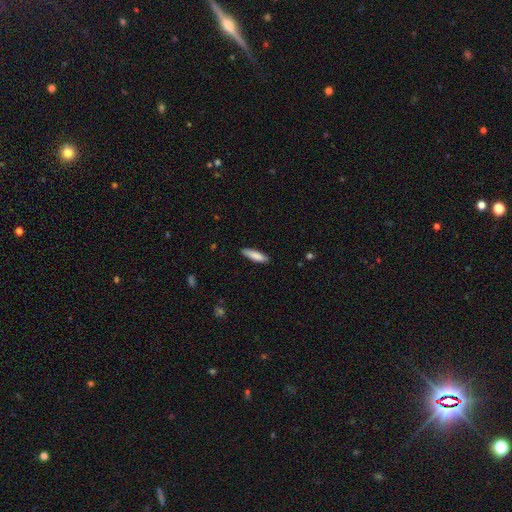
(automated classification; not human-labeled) Q: Smooth or featured?
A: smooth (85%); runner-up: featured or disk (9%)
Q: How rounded?
A: cigar-shaped (65%); runner-up: in between (34%)
Q: Merging?
A: none (85%); runner-up: minor disturbance (12%)